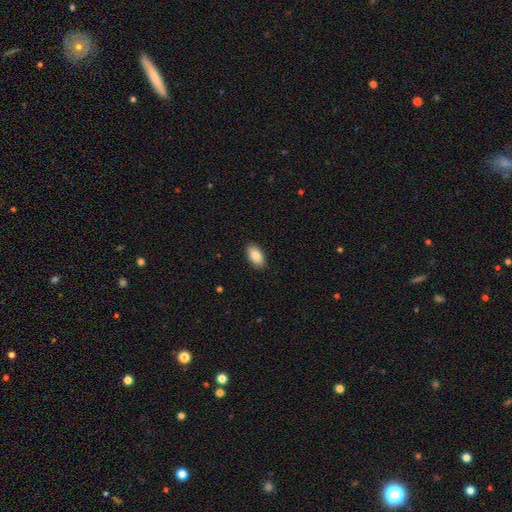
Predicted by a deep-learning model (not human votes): Q: Smooth or featured?
A: smooth (88%); runner-up: star or artifact (6%)
Q: How rounded?
A: in between (94%); runner-up: round (3%)
Q: Merging?
A: none (89%); runner-up: minor disturbance (8%)